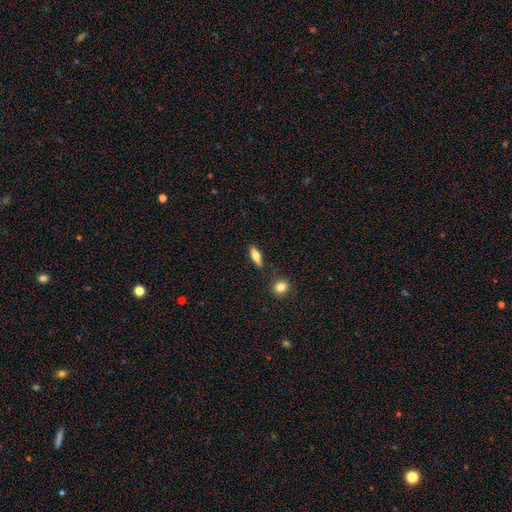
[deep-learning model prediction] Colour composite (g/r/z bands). It shows a smooth galaxy with no disk features (71%) that is in between round and cigar-shaped (56%). Merging: none (84%).